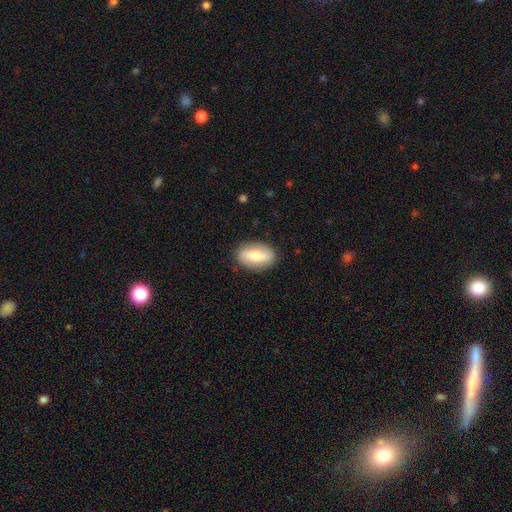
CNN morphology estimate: smooth-or-featured: smooth: 62% | featured or disk: 32% | star or artifact: 6%
  how-rounded: in between: 86% | round: 8% | cigar-shaped: 7%
  merging: none: 85% | minor disturbance: 11% | major disturbance: 3% | merger: 1%